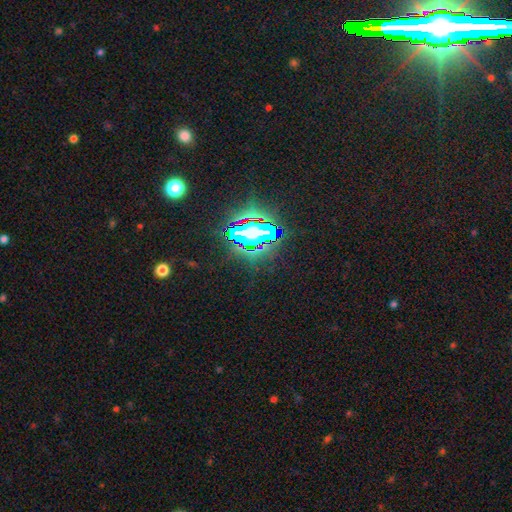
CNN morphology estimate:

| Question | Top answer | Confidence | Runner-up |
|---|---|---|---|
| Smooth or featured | star or artifact | 76% | smooth (14%) |